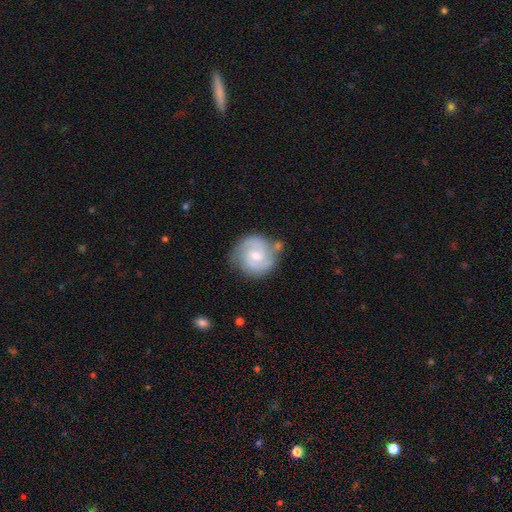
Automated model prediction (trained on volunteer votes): Smooth or featured? Predicted: featured or disk (p=0.69). Edge-on disk? Predicted: no (p=0.98). Bar? Predicted: no (p=0.58). Spiral arms? Predicted: yes (p=0.91). Spiral winding? Predicted: tight (p=0.50). Spiral arm count? Predicted: 2 (p=0.66). Bulge size? Predicted: moderate (p=0.58). Merging? Predicted: none (p=0.67).